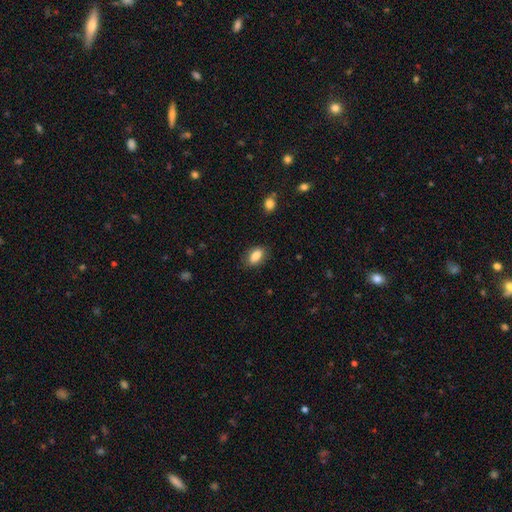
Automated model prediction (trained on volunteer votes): Smooth or featured: smooth — 86% (star or artifact — 8%)
How rounded: in between — 89% (round — 7%)
Merging: none — 84% (minor disturbance — 12%)